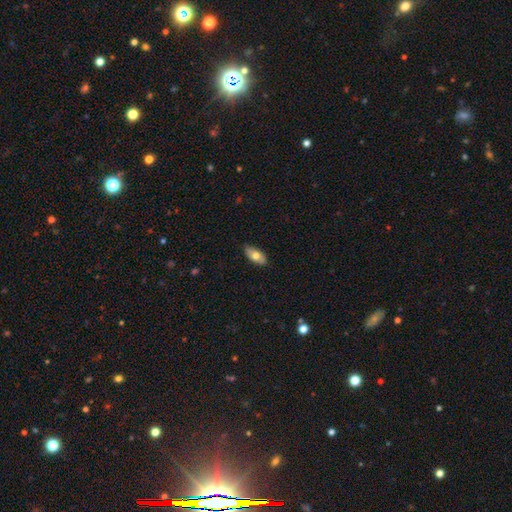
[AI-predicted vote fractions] The model was most divided on "smooth or featured": smooth: 70%, featured or disk: 23%, star or artifact: 6%. More confident: how rounded — in between (87%); merging — none (86%).